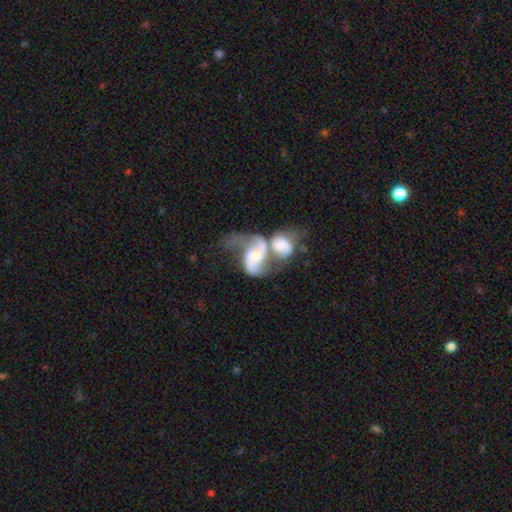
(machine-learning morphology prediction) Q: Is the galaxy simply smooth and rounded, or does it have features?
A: featured or disk — 75%.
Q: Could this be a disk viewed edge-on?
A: no — 97%.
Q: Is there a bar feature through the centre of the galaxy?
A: no — 51%.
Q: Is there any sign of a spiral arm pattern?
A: yes — 88%.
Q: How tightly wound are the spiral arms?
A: loose — 70%.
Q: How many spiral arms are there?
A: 2 — 84%.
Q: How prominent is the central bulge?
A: moderate — 42%.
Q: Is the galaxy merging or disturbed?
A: merger — 72%.